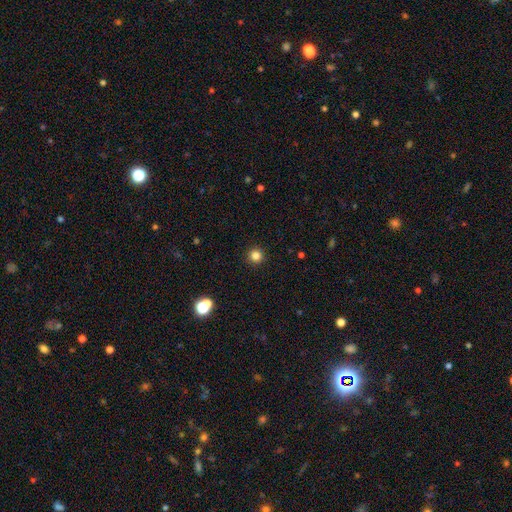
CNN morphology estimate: smooth-or-featured: smooth: 83% | star or artifact: 13% | featured or disk: 4%
  how-rounded: round: 96% | in between: 3% | cigar-shaped: 1%
  merging: none: 93% | minor disturbance: 4% | major disturbance: 2% | merger: 1%